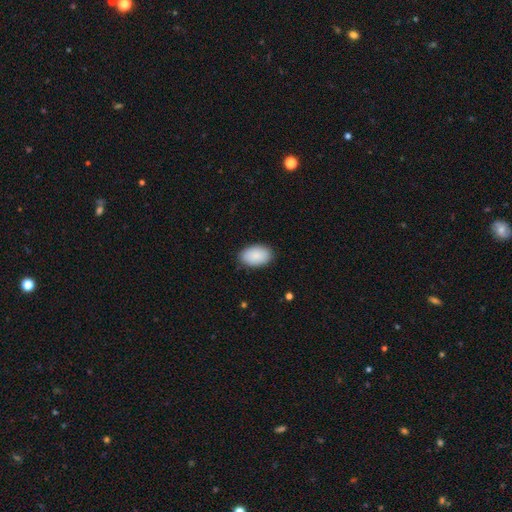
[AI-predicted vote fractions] Overall: smooth (89%). How rounded: in between (93%). Merging: none (87%).